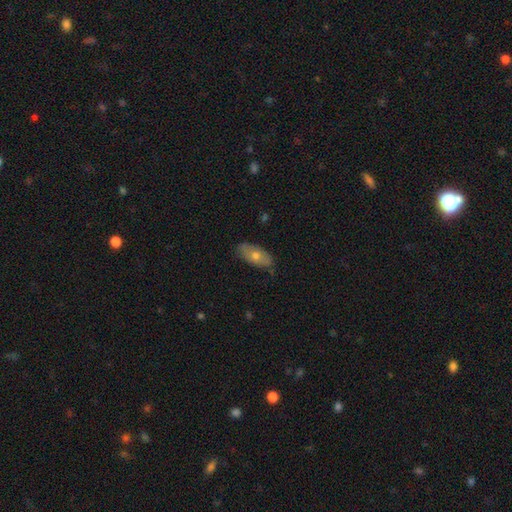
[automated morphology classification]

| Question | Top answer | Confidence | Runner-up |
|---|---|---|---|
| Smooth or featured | smooth | 55% | featured or disk (38%) |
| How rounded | in between | 87% | cigar-shaped (9%) |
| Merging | none | 79% | minor disturbance (17%) |